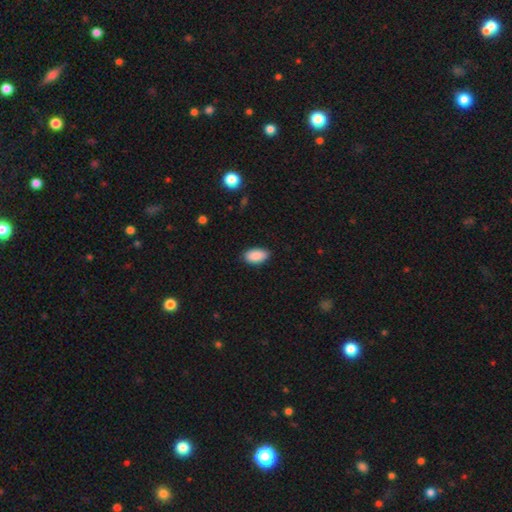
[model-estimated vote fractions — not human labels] A smooth galaxy with no disk features (91%) that is in between round and cigar-shaped (94%).

Vote fractions:
- Smooth or featured? smooth: 91% / star or artifact: 6% / featured or disk: 3%
- How rounded? in between: 94% / round: 4% / cigar-shaped: 2%
- Merging? none: 85% / minor disturbance: 12% / major disturbance: 2% / merger: 1%